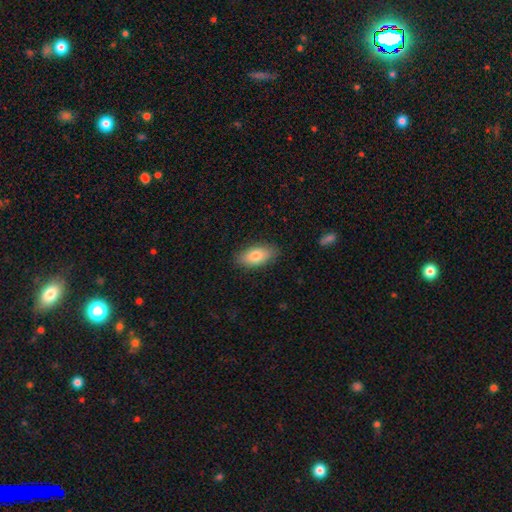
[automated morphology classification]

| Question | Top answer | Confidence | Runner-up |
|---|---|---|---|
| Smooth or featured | smooth | 80% | featured or disk (13%) |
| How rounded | in between | 91% | cigar-shaped (5%) |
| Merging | none | 86% | minor disturbance (10%) |